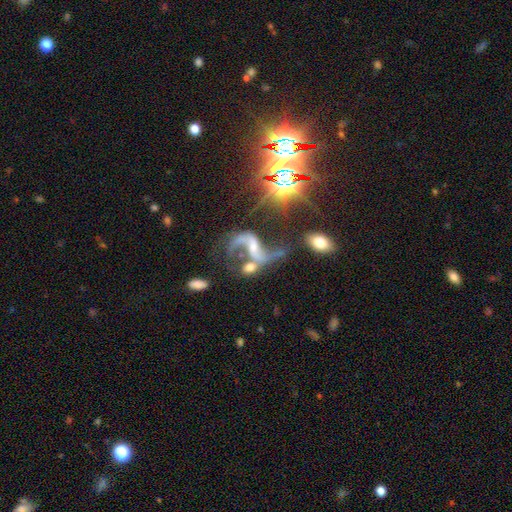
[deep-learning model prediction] Overall: featured or disk (79%). Edge-on disk: no (96%). Bar: no (37%; weak 35%). Spiral arms: yes (91%). Spiral arm count: 2 (89%). Spiral winding: loose (85%). Bulge size: small (47%; moderate 25%). Merging: none (38%; merger 27%).